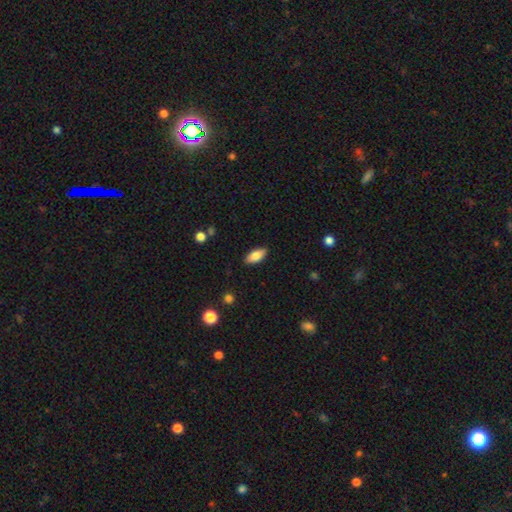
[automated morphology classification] type=smooth (81%); roundness=in between (87%); merging=none (88%).